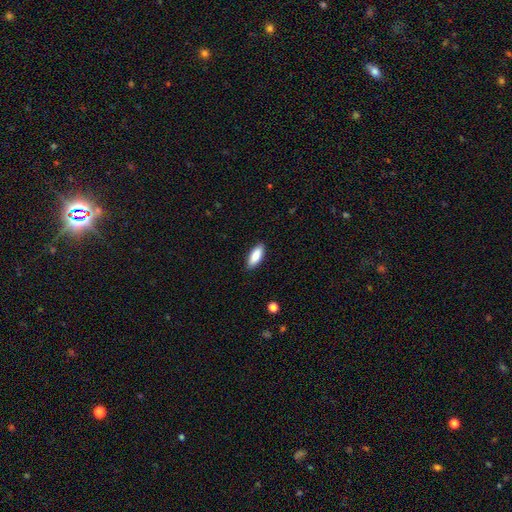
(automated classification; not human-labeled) Smooth or featured? smooth (87%)
How rounded? in between (76%)
Merging? none (88%)